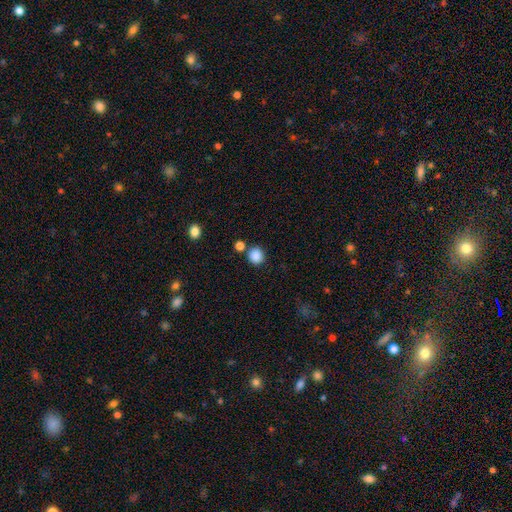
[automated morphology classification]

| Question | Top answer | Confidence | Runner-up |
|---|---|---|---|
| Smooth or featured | smooth | 87% | star or artifact (10%) |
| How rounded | round | 88% | in between (11%) |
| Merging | none | 75% | merger (11%) |